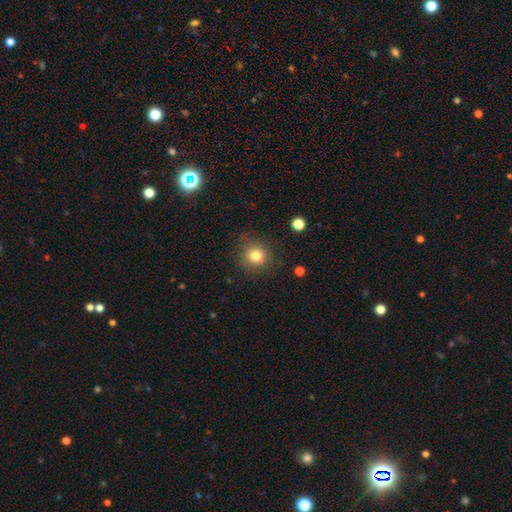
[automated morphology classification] This is likely a smooth galaxy (79%). How rounded: clearly round (91%). Merging: clearly none (84%).